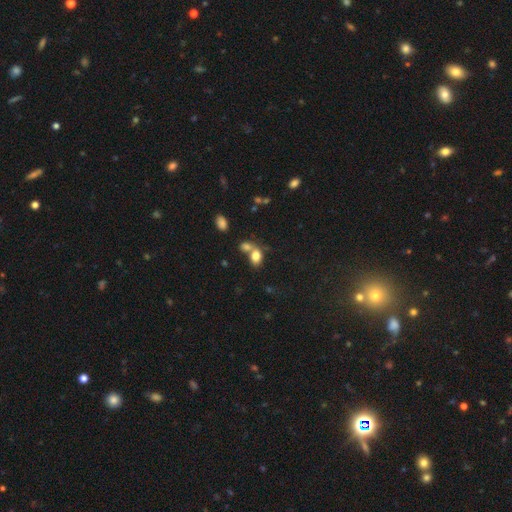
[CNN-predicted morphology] smooth_or_featured: smooth (p=0.79) [alt: star or artifact p=0.11]
how_rounded: in between (p=0.76) [alt: round p=0.22]
merging: merger (p=0.49) [alt: none p=0.36]